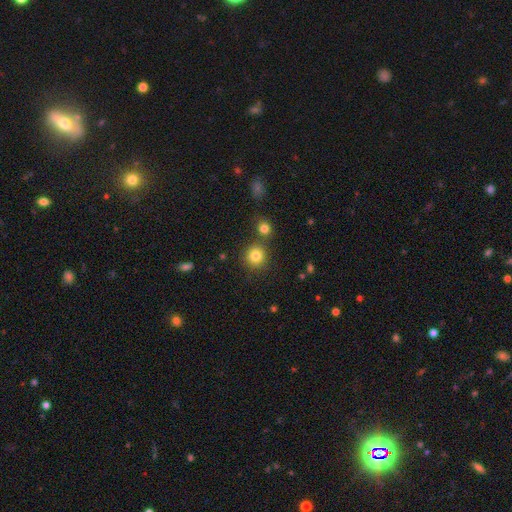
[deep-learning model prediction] Smooth or featured? Predicted: smooth (p=0.82). How rounded? Predicted: round (p=0.91). Merging? Predicted: none (p=0.77).